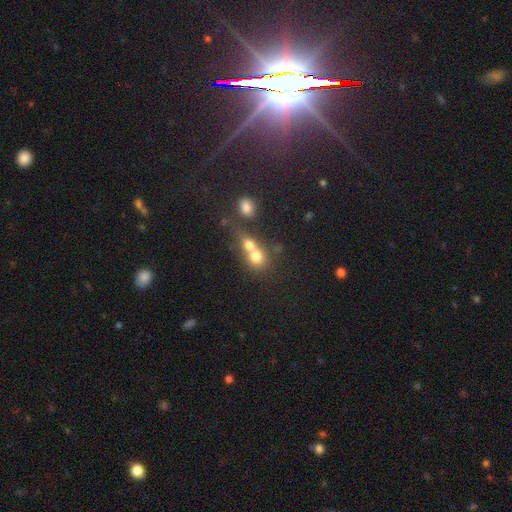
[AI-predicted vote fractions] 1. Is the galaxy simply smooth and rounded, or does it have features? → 71% smooth, 17% featured or disk, 12% star or artifact.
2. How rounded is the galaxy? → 69% round, 29% in between, 2% cigar-shaped.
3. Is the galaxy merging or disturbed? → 66% merger, 24% none, 6% minor disturbance, 4% major disturbance.